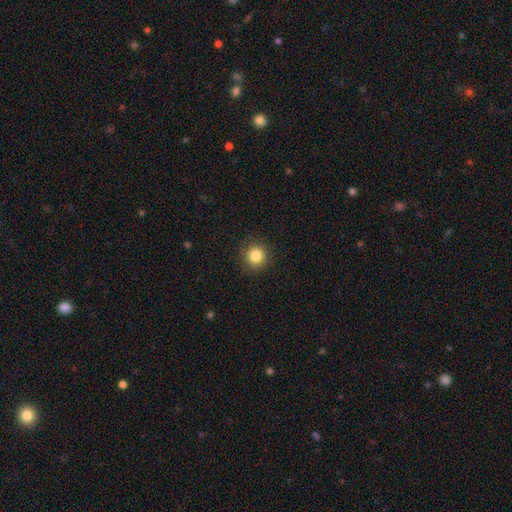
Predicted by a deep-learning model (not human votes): Q: Smooth or featured?
A: smooth (84%); runner-up: star or artifact (11%)
Q: How rounded?
A: round (94%); runner-up: in between (5%)
Q: Merging?
A: none (90%); runner-up: minor disturbance (6%)